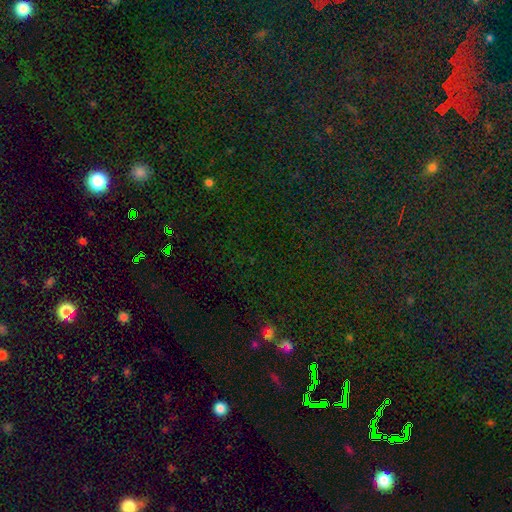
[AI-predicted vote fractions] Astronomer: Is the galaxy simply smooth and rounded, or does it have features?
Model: star or artifact — 76%.